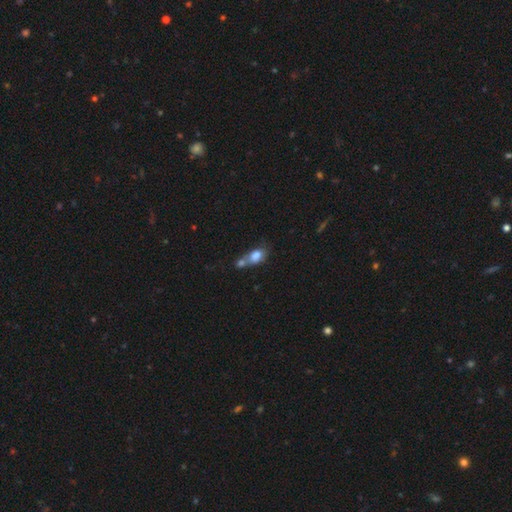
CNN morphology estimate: Smooth or featured?
  - smooth: 77% *
  - featured or disk: 14%
  - star or artifact: 9%
How rounded?
  - in between: 78% *
  - round: 18%
  - cigar-shaped: 5%
Merging?
  - merger: 60% *
  - none: 22%
  - minor disturbance: 11%
  - major disturbance: 7%